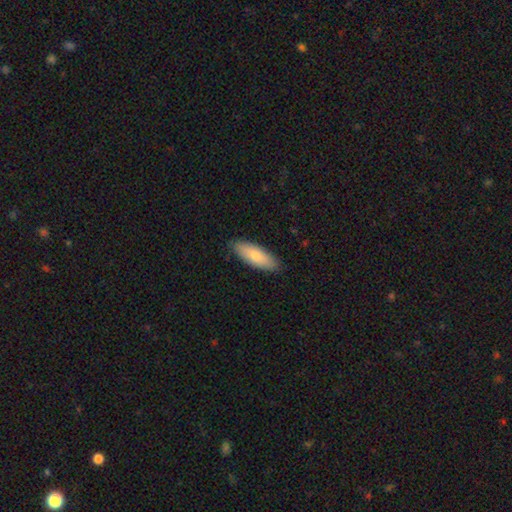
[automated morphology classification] Smooth or featured? Predicted: smooth (p=0.79). How rounded? Predicted: in between (p=0.66). Merging? Predicted: none (p=0.87).